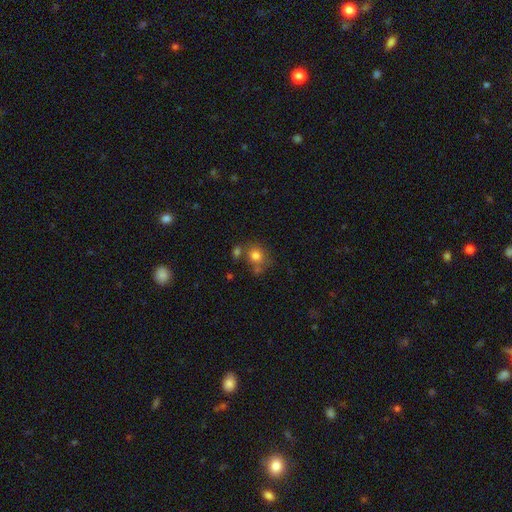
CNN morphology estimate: A smooth galaxy with no disk features (79%) that is round (77%). Merging: none (60%).